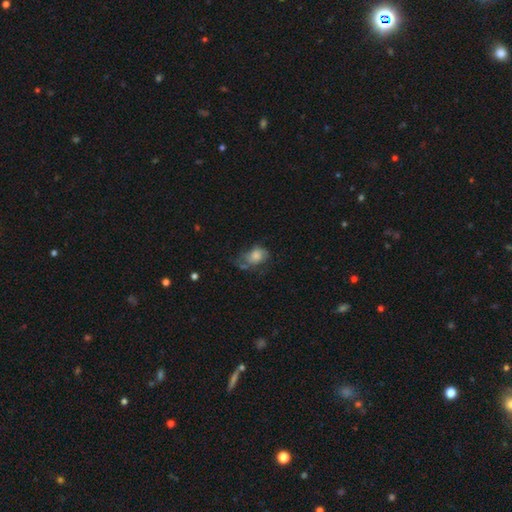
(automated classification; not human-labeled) smooth-or-featured: smooth: 57% | featured or disk: 32% | star or artifact: 11%
  how-rounded: in between: 72% | round: 26% | cigar-shaped: 2%
  merging: none: 40% | minor disturbance: 30% | major disturbance: 25% | merger: 4%